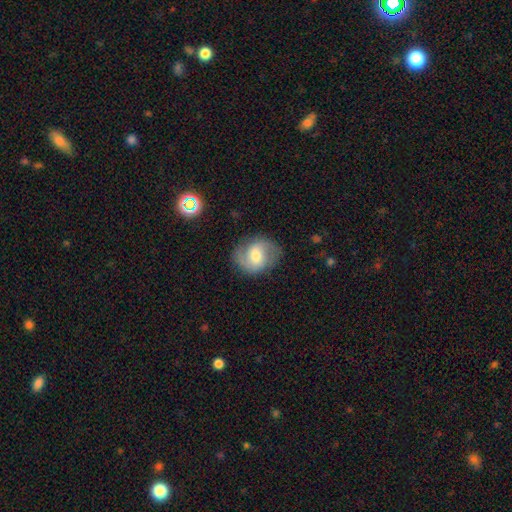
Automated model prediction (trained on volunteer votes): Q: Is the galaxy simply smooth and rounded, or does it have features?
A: featured or disk — 62%.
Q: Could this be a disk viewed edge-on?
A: no — 97%.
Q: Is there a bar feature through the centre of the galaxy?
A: weak — 48%.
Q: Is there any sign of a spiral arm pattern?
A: yes — 88%.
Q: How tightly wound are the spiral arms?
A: medium — 50%.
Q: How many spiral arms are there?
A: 2 — 85%.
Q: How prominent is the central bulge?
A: moderate — 63%.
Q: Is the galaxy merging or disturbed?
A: none — 74%.